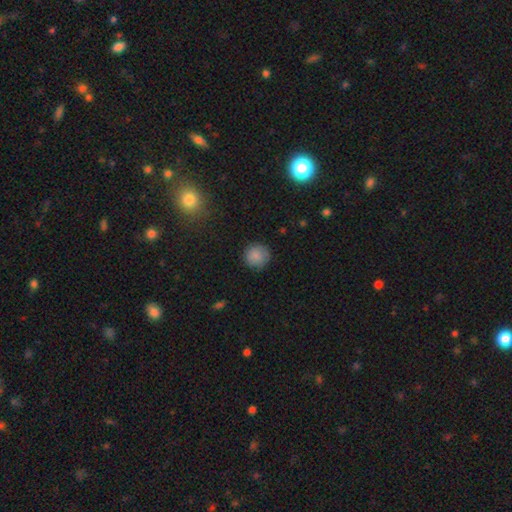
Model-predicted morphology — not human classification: Smooth or featured: smooth — 86% (star or artifact — 9%)
How rounded: round — 94% (in between — 5%)
Merging: none — 86% (minor disturbance — 10%)